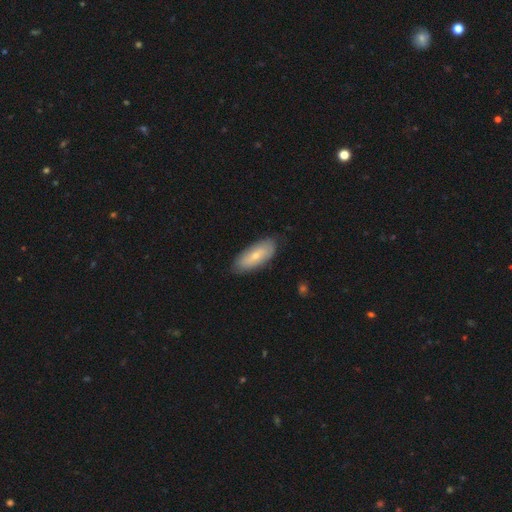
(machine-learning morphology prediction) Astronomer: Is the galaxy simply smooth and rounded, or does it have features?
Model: smooth — 60%.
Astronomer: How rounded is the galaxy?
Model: in between — 82%.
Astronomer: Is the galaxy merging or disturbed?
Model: none — 82%.